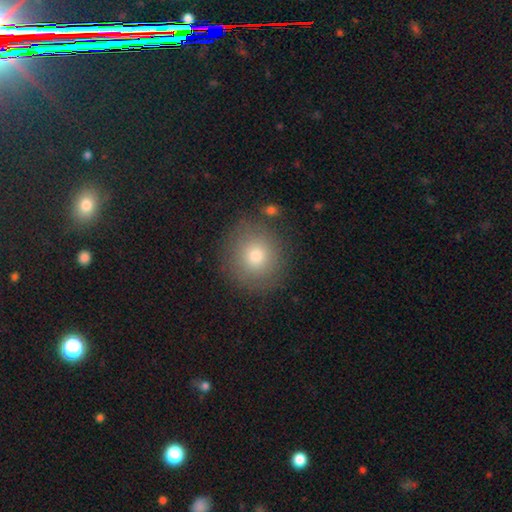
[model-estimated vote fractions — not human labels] Q: Smooth or featured?
A: smooth (77%); runner-up: featured or disk (12%)
Q: How rounded?
A: round (89%); runner-up: in between (11%)
Q: Merging?
A: none (85%); runner-up: minor disturbance (10%)